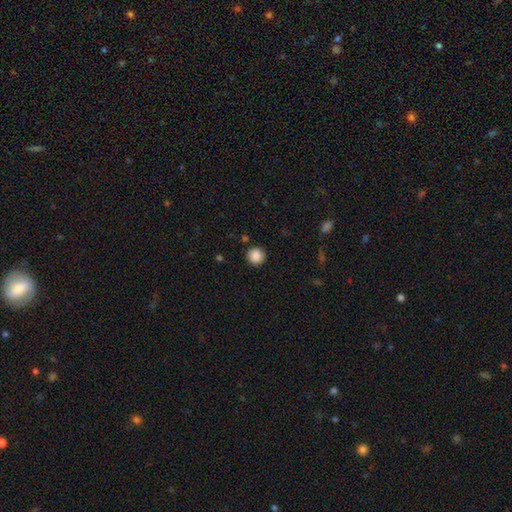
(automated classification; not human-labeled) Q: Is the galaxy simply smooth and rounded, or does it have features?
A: smooth — 88%.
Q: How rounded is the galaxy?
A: round — 94%.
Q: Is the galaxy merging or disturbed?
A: none — 90%.